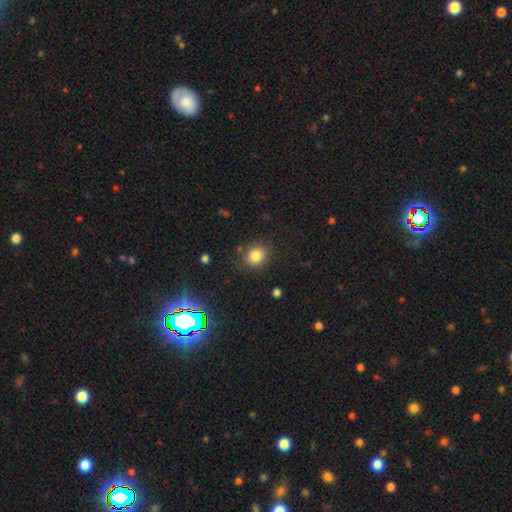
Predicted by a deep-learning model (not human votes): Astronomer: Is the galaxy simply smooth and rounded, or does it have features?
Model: smooth — 83%.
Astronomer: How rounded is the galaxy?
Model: round — 74%.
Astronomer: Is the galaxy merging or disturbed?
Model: none — 83%.